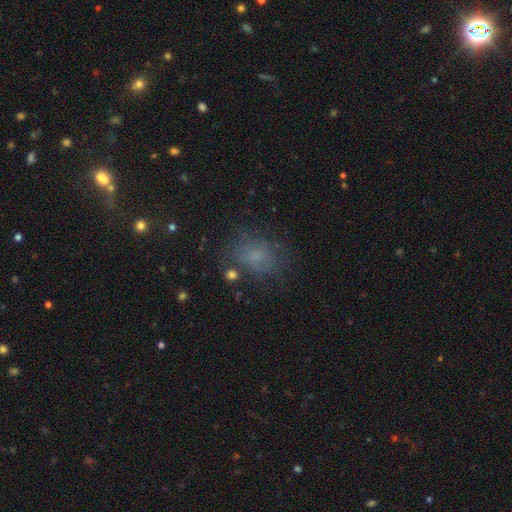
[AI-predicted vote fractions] This is likely a smooth galaxy (65%). How rounded: possibly in between (55%). Merging: likely none (66%).